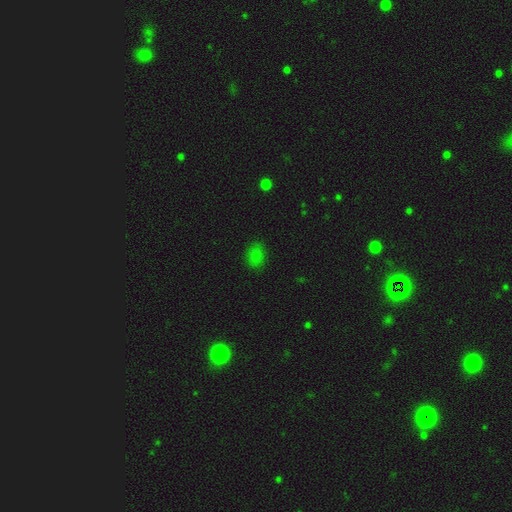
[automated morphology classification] Q: Smooth or featured?
A: smooth (80%); runner-up: star or artifact (15%)
Q: How rounded?
A: in between (70%); runner-up: round (28%)
Q: Merging?
A: none (81%); runner-up: minor disturbance (14%)